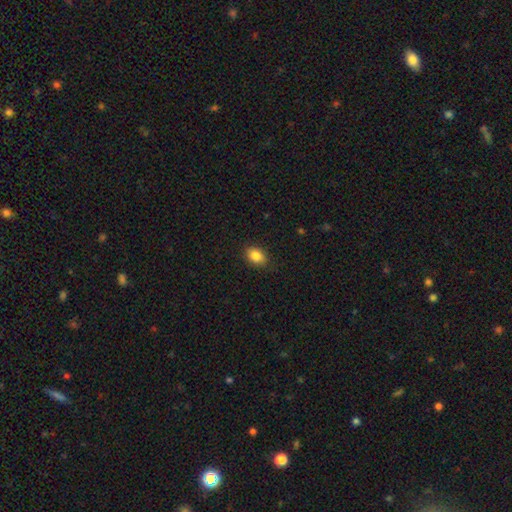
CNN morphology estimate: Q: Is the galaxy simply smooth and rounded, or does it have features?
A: smooth — 86%.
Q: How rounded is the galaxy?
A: in between — 76%.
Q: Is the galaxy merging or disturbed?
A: none — 87%.